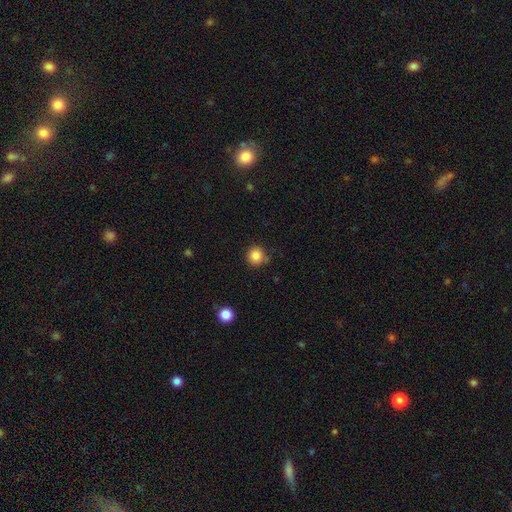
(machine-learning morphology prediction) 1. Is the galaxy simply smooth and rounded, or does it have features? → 85% smooth, 11% star or artifact, 4% featured or disk.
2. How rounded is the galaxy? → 93% round, 6% in between, 1% cigar-shaped.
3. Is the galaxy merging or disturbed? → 79% none, 14% minor disturbance, 4% merger, 3% major disturbance.